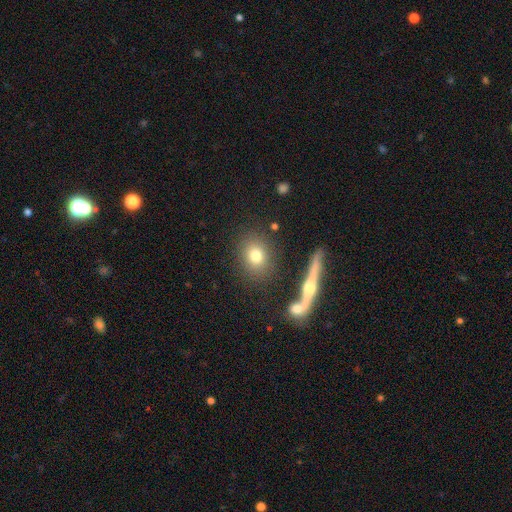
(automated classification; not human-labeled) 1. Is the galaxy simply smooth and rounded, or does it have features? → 74% smooth, 14% featured or disk, 11% star or artifact.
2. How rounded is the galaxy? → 59% round, 38% in between, 3% cigar-shaped.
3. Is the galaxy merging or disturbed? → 82% none, 9% minor disturbance, 5% merger, 4% major disturbance.